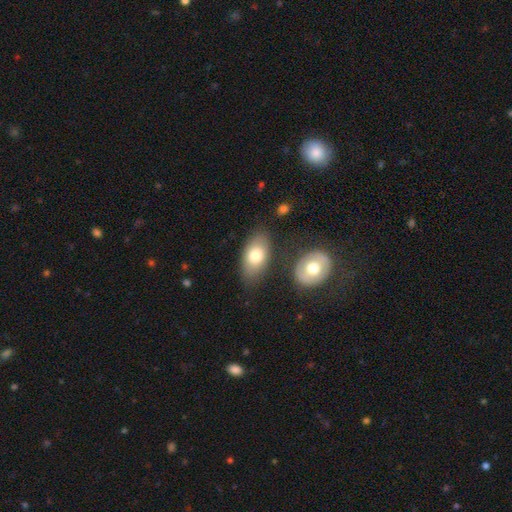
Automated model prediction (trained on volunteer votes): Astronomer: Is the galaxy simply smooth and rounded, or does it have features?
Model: smooth — 74%.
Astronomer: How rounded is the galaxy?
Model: in between — 91%.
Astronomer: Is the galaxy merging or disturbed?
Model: none — 73%.